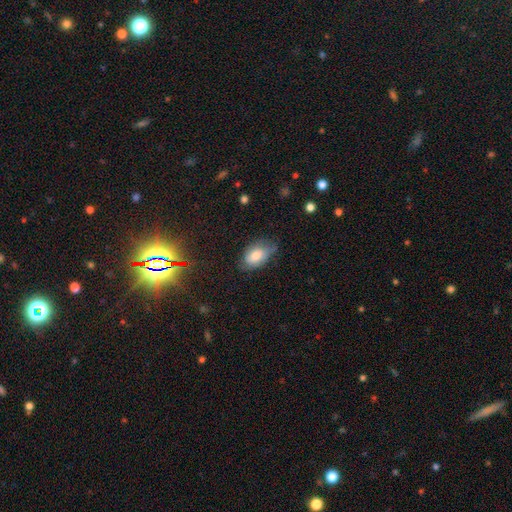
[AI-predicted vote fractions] Morphology: type=smooth (71%); roundness=in between (90%); merging=none (53%).